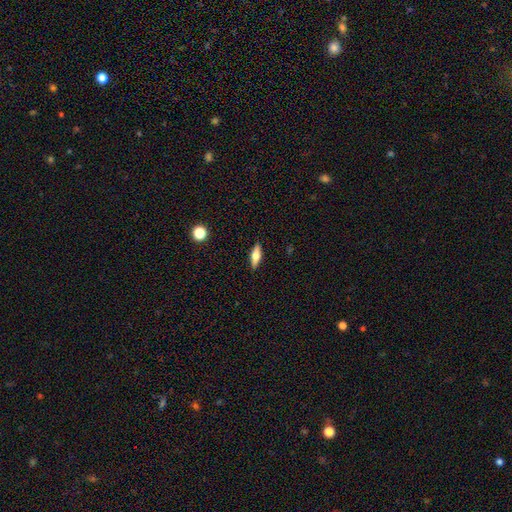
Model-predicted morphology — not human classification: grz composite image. It shows a smooth galaxy with no disk features (47%). Merging: none (89%).